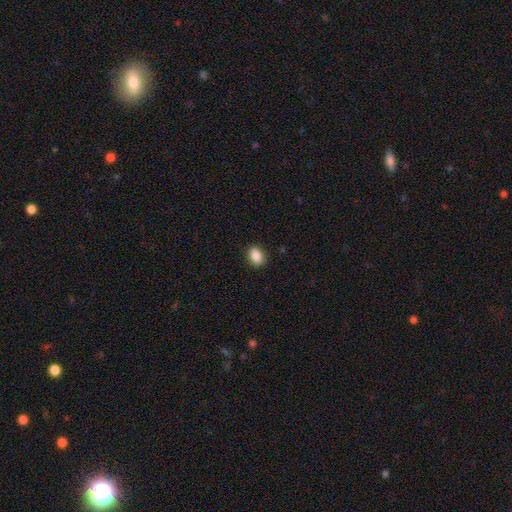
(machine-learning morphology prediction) A smooth galaxy with no disk features (87%) that is in between round and cigar-shaped (73%). Merging: none (89%).